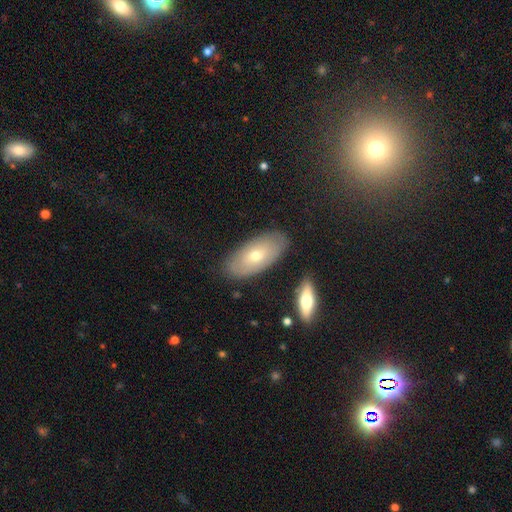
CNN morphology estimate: A smooth galaxy with no disk features (54%) that is in between round and cigar-shaped (91%).

Vote fractions:
- Smooth or featured? smooth: 54% / featured or disk: 39% / star or artifact: 8%
- How rounded? in between: 91% / cigar-shaped: 6% / round: 3%
- Merging? none: 82% / minor disturbance: 13% / major disturbance: 3% / merger: 2%